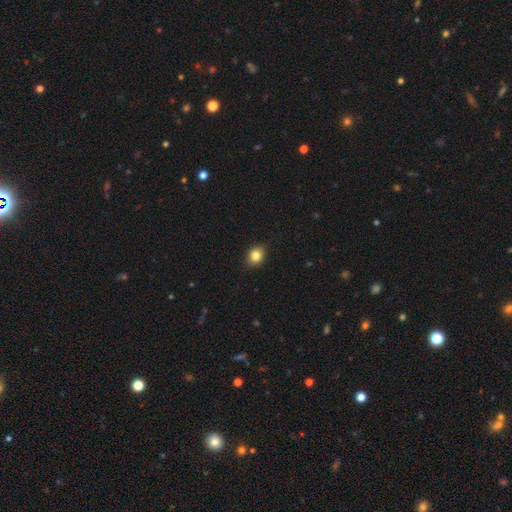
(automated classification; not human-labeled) smooth_or_featured: smooth (p=0.83) [alt: star or artifact p=0.10]
how_rounded: round (p=0.50) [alt: in between p=0.49]
merging: none (p=0.87) [alt: minor disturbance p=0.10]